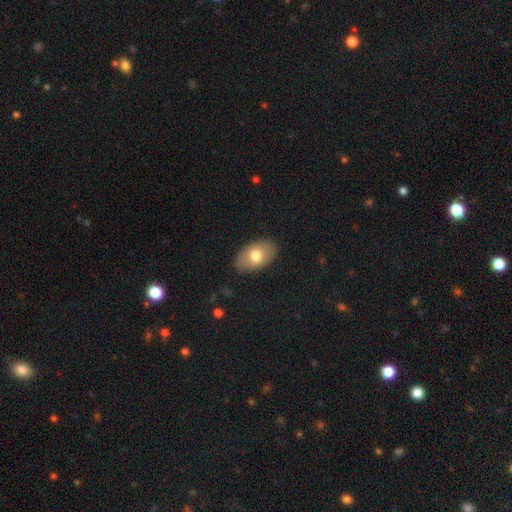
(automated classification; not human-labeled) smooth 71%, featured or disk 23%, star or artifact 7%. Down the decision tree: how rounded — in between (90%); merging — none (86%).